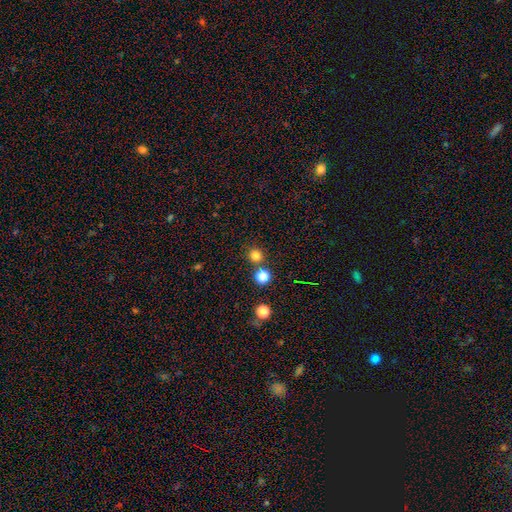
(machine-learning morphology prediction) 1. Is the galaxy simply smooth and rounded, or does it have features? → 79% smooth, 17% star or artifact, 5% featured or disk.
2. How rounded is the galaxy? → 91% round, 8% in between, 1% cigar-shaped.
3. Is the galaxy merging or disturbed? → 80% none, 12% merger, 6% minor disturbance, 2% major disturbance.